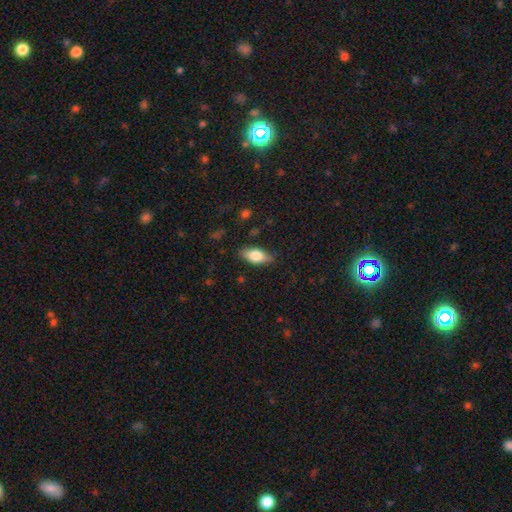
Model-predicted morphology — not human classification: smooth 76%, featured or disk 17%, star or artifact 7%. Down the decision tree: how rounded — in between (86%); merging — none (83%).